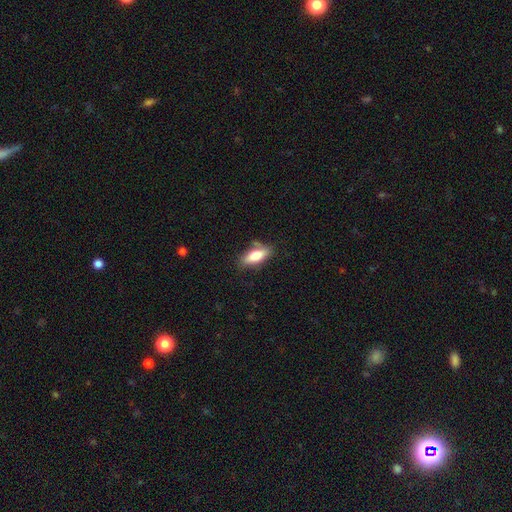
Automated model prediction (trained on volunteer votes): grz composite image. It shows a smooth galaxy with no disk features (72%) that is in between round and cigar-shaped (72%). Merging: none (69%).